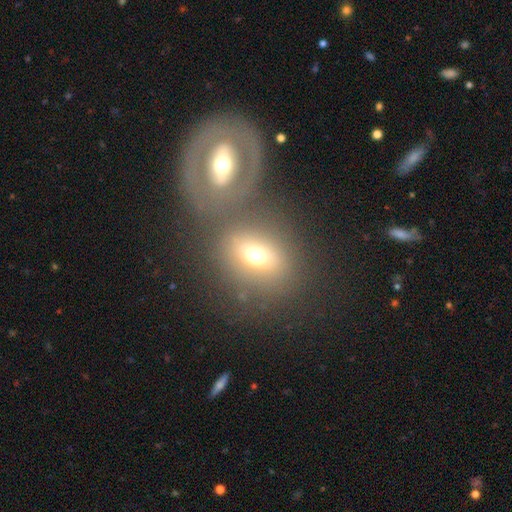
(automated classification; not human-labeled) smooth 64%, featured or disk 24%, star or artifact 12%. Down the decision tree: how rounded — in between (57%); merging — none (46%).